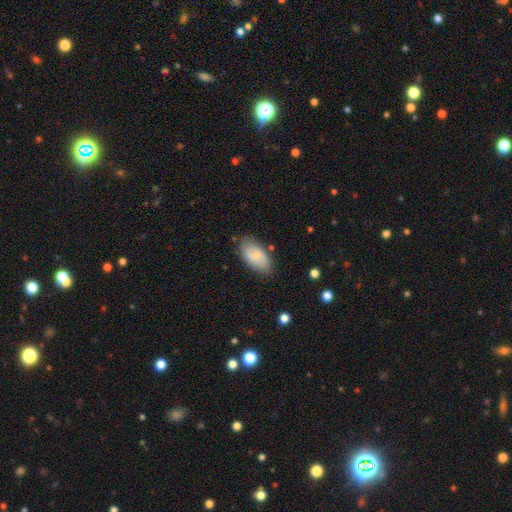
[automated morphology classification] Smooth or featured: smooth — 72% (featured or disk — 21%)
How rounded: in between — 94% (round — 3%)
Merging: none — 79% (minor disturbance — 15%)